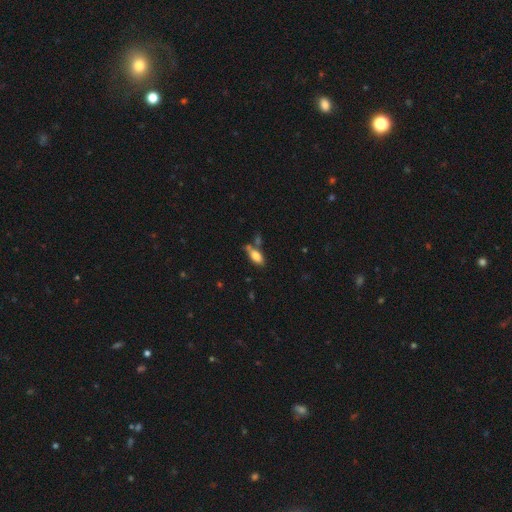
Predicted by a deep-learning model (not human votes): Overall: smooth (78%). How rounded: in between (83%). Merging: none (56%; minor disturbance 20%).